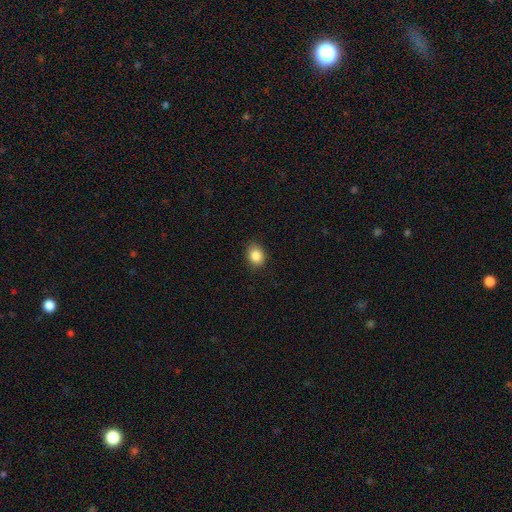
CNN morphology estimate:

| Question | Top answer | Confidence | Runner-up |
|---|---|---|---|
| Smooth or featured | smooth | 86% | star or artifact (9%) |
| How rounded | round | 53% | in between (46%) |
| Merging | none | 84% | minor disturbance (13%) |